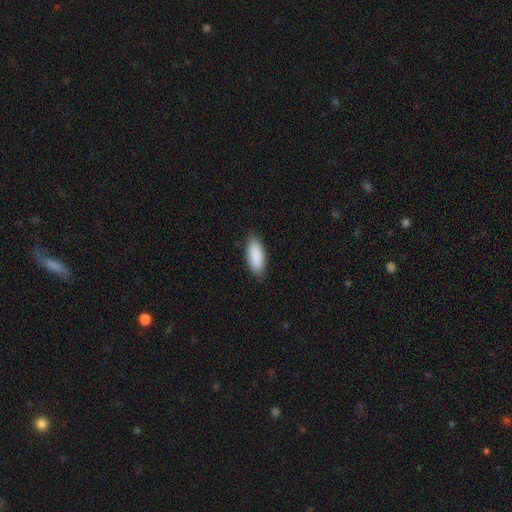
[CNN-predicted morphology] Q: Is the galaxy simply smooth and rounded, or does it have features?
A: smooth — 90%.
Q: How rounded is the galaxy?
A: in between — 78%.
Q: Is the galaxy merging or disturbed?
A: none — 87%.